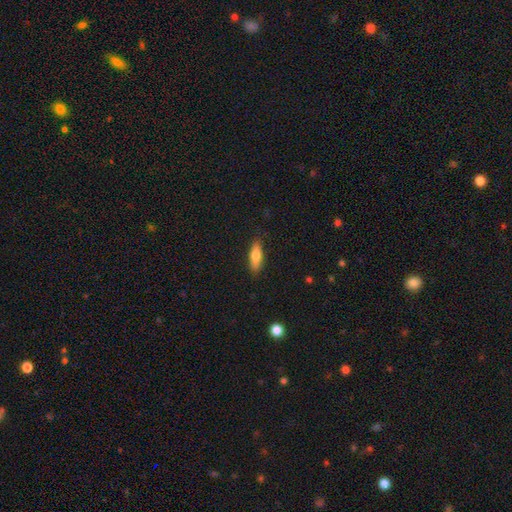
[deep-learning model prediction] Morphology: type=smooth (74%); roundness=in between (51%); merging=none (86%).